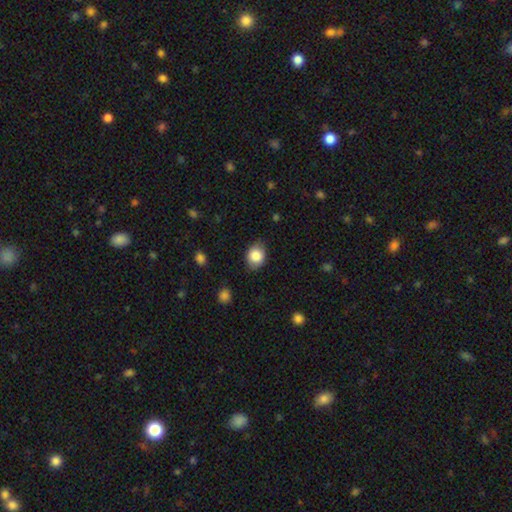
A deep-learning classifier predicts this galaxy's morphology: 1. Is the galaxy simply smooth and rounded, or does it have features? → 84% smooth, 8% featured or disk, 8% star or artifact.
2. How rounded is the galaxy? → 58% in between, 41% round, 1% cigar-shaped.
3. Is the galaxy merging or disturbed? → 79% none, 16% minor disturbance, 3% major disturbance, 1% merger.